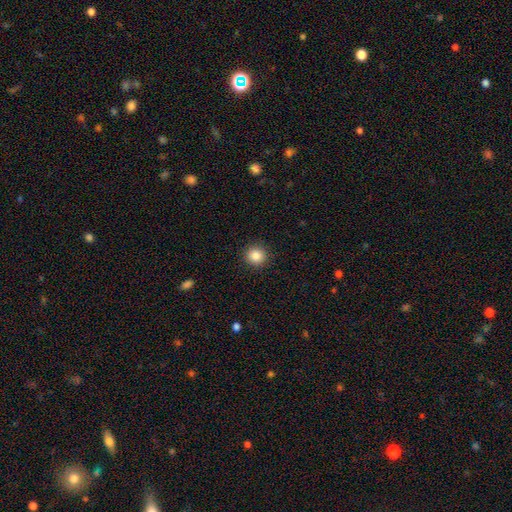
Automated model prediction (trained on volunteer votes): The model was most divided on "smooth or featured": smooth: 86%, star or artifact: 10%, featured or disk: 4%. More confident: how rounded — round (94%); merging — none (92%).